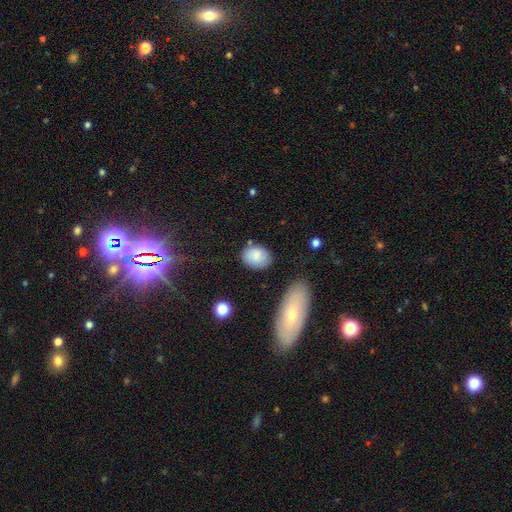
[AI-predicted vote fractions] smooth-or-featured: smooth: 84% | featured or disk: 8% | star or artifact: 8%
  how-rounded: in between: 70% | round: 28% | cigar-shaped: 1%
  merging: none: 75% | minor disturbance: 16% | merger: 4% | major disturbance: 4%